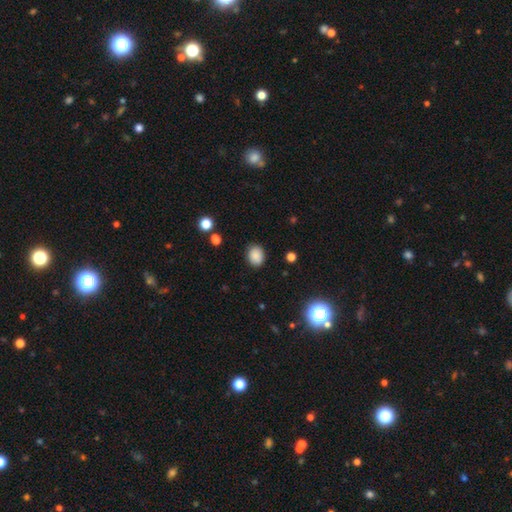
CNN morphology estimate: smooth 86%, star or artifact 10%, featured or disk 4%. Down the decision tree: how rounded — in between (54%); merging — none (86%).